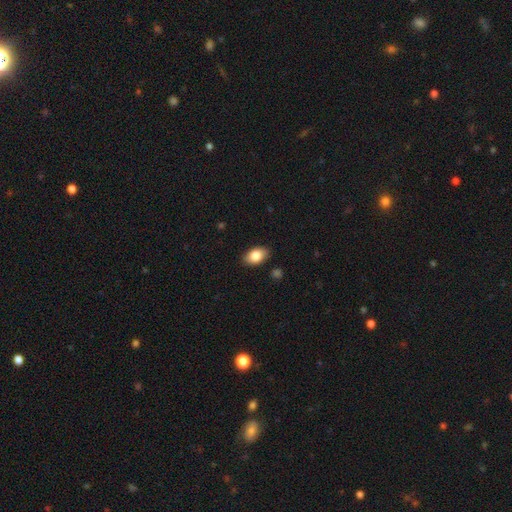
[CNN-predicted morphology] A smooth galaxy with no disk features (84%) that is in between round and cigar-shaped (90%). Merging: none (88%).